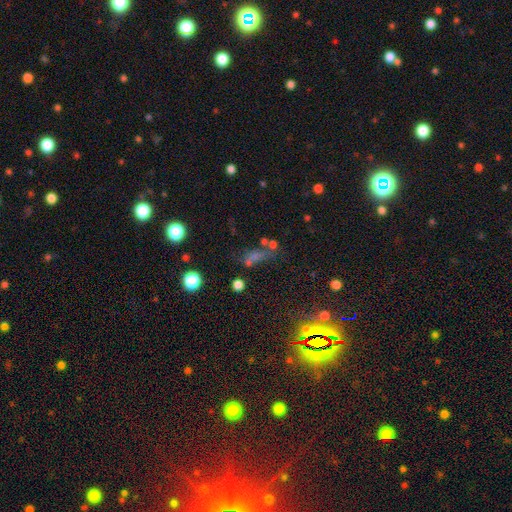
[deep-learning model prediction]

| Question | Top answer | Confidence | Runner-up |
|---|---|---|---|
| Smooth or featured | smooth | 43% | star or artifact (39%) |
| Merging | none | 51% | minor disturbance (18%) |